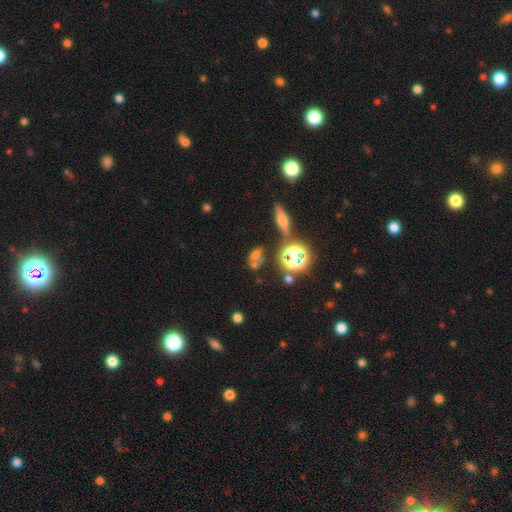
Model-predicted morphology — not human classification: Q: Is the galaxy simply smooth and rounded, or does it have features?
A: smooth — 44%.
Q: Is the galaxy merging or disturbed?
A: none — 52%.